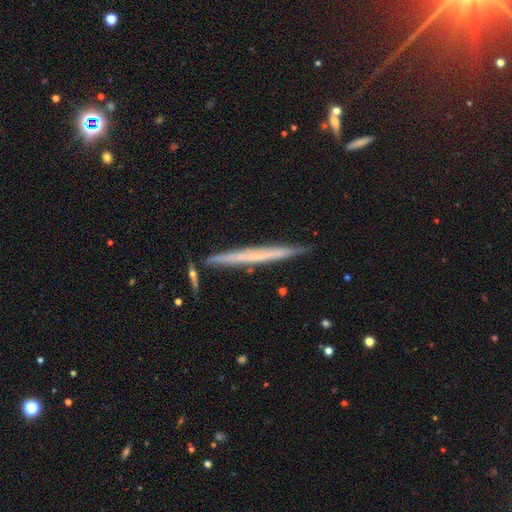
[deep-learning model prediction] smooth-or-featured: featured or disk: 54% | smooth: 39% | star or artifact: 7%
  disk-edge-on: yes: 96% | no: 4%
    edge-on-bulge: none: 87% | rounded: 10% | boxy: 3%
  merging: none: 87% | minor disturbance: 9% | merger: 2% | major disturbance: 2%